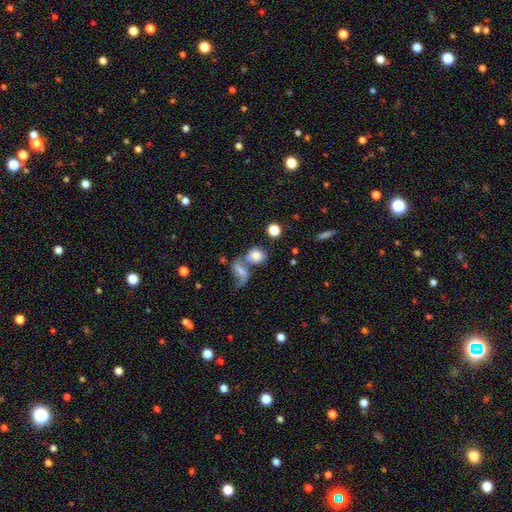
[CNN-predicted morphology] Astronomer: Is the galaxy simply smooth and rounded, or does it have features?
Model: smooth — 74%.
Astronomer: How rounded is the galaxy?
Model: round — 66%.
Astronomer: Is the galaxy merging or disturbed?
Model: merger — 46% (runner-up: none, 37%).